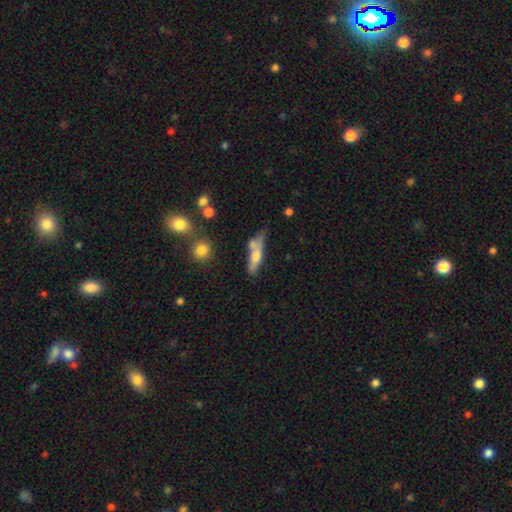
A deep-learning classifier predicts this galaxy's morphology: Smooth or featured?
  - smooth: 54% *
  - featured or disk: 39%
  - star or artifact: 8%
How rounded?
  - cigar-shaped: 65% *
  - in between: 32%
  - round: 4%
Merging?
  - none: 39% *
  - merger: 27%
  - minor disturbance: 23%
  - major disturbance: 11%